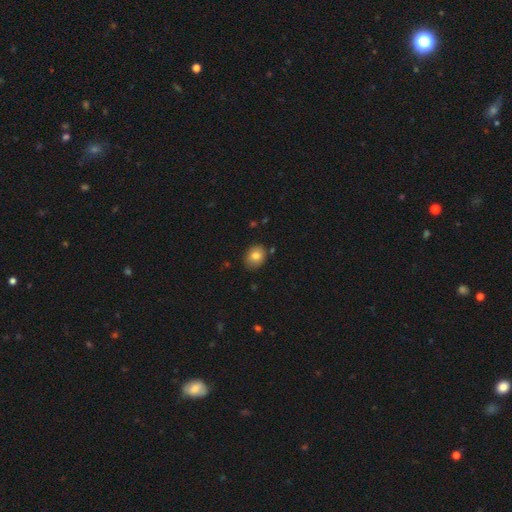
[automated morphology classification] Smooth or featured?
  - smooth: 81% *
  - star or artifact: 10%
  - featured or disk: 9%
How rounded?
  - round: 50% *
  - in between: 49%
  - cigar-shaped: 1%
Merging?
  - none: 82% *
  - minor disturbance: 13%
  - merger: 2%
  - major disturbance: 2%